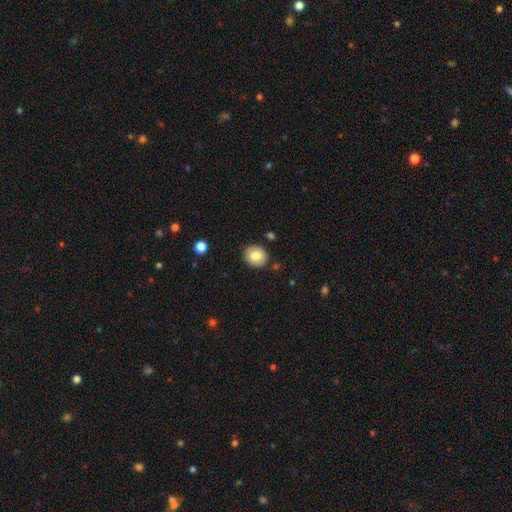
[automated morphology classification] A smooth galaxy with no disk features (79%) that is round (72%).

Vote fractions:
- Smooth or featured? smooth: 79% / featured or disk: 13% / star or artifact: 8%
- How rounded? round: 72% / in between: 27% / cigar-shaped: 1%
- Merging? none: 87% / minor disturbance: 9% / major disturbance: 2% / merger: 2%